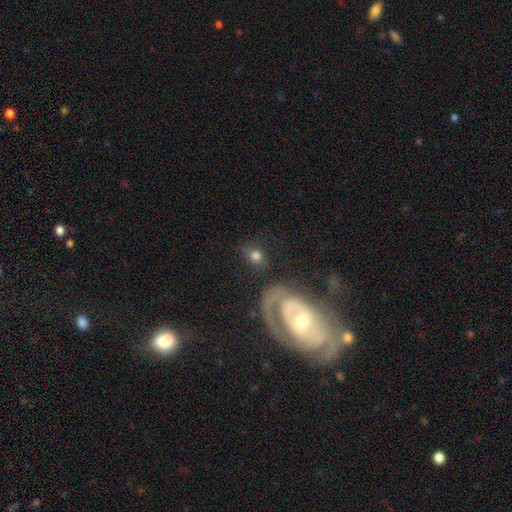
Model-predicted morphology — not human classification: smooth-or-featured: smooth: 68% | featured or disk: 22% | star or artifact: 11%
  how-rounded: round: 60% | in between: 38% | cigar-shaped: 2%
  merging: none: 66% | minor disturbance: 15% | major disturbance: 10% | merger: 9%